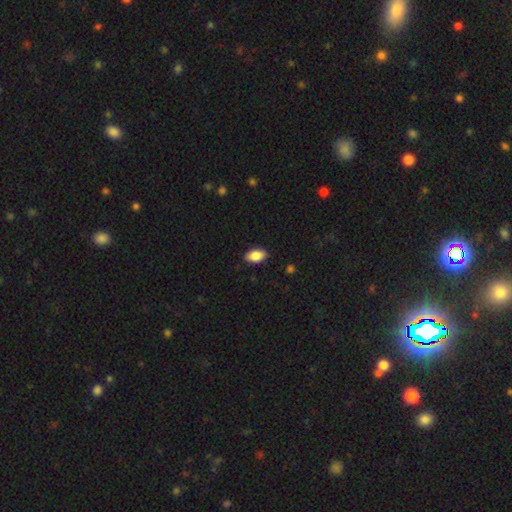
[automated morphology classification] Smooth or featured: smooth — 87% (star or artifact — 7%)
How rounded: in between — 93% (round — 4%)
Merging: none — 89% (minor disturbance — 9%)